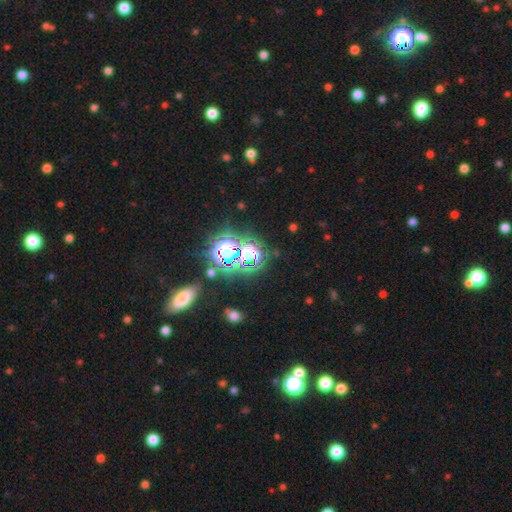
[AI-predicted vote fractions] Smooth or featured? star or artifact (75%)